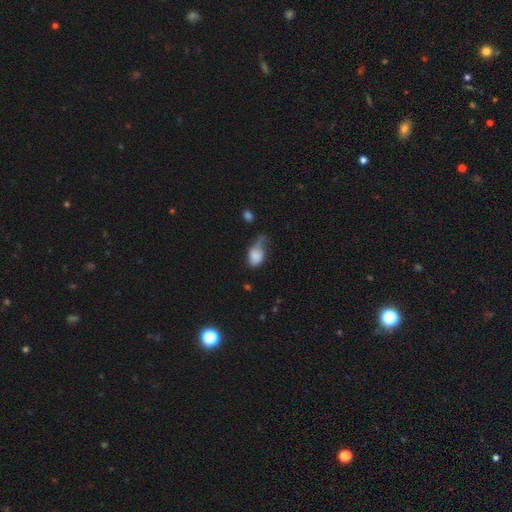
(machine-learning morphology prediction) The model was most divided on "merging": major disturbance: 42%, minor disturbance: 29%, none: 20%, merger: 9%. More confident: how rounded — in between (78%); smooth or featured — smooth (72%).